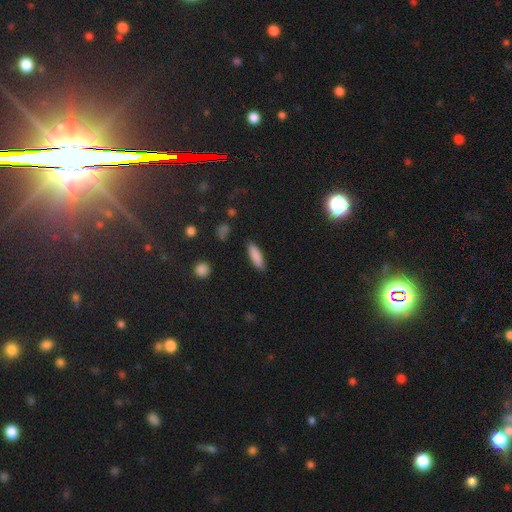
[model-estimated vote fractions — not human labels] Smooth or featured? Predicted: smooth (p=0.86). How rounded? Predicted: cigar-shaped (p=0.55). Merging? Predicted: none (p=0.87).